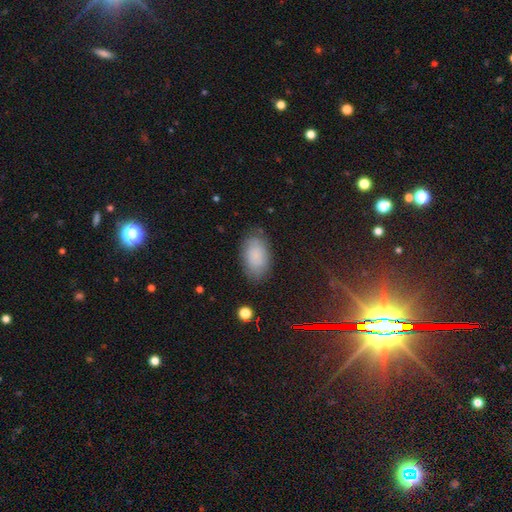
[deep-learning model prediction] Smooth or featured?
  - smooth: 76% *
  - featured or disk: 14%
  - star or artifact: 10%
How rounded?
  - in between: 93% *
  - round: 5%
  - cigar-shaped: 2%
Merging?
  - none: 79% *
  - minor disturbance: 16%
  - major disturbance: 4%
  - merger: 1%